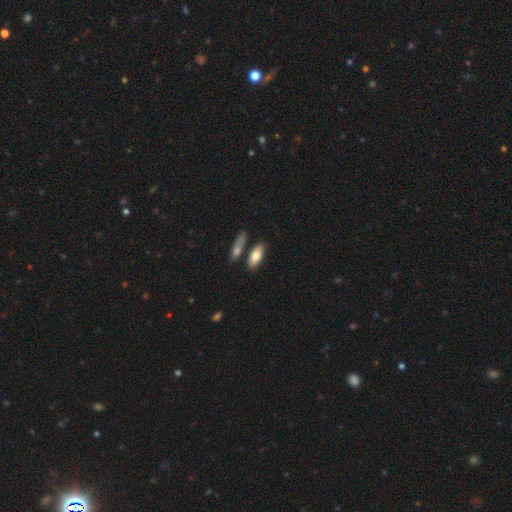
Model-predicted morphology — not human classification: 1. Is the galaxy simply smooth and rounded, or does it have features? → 77% smooth, 17% featured or disk, 6% star or artifact.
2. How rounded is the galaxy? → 74% in between, 23% cigar-shaped, 3% round.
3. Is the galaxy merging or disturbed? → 68% none, 17% merger, 12% minor disturbance, 3% major disturbance.